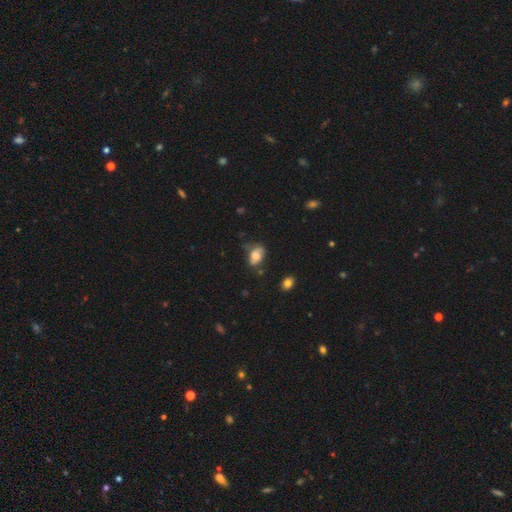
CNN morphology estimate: type=smooth (68%); roundness=in between (78%); merging=none (40%).